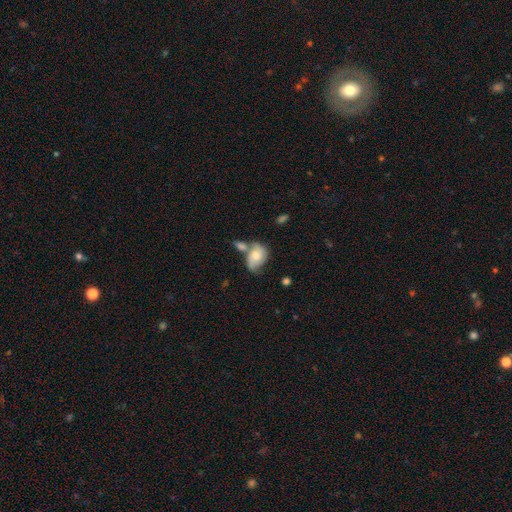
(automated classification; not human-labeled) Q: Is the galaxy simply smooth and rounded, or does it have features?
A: smooth — 57%.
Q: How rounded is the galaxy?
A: in between — 75%.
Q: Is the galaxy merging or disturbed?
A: merger — 43%.